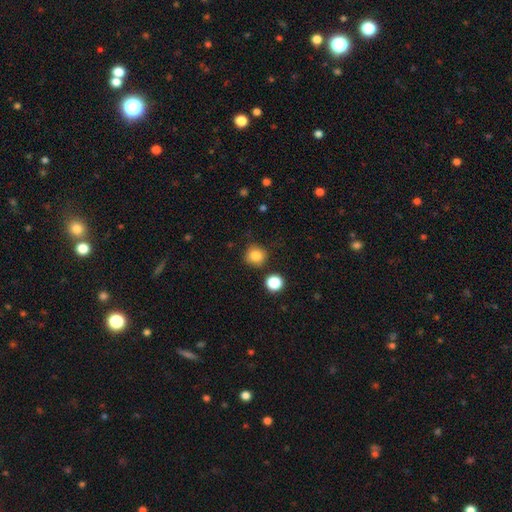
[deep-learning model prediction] Q: Smooth or featured?
A: smooth (84%); runner-up: star or artifact (11%)
Q: How rounded?
A: round (92%); runner-up: in between (7%)
Q: Merging?
A: none (84%); runner-up: minor disturbance (10%)